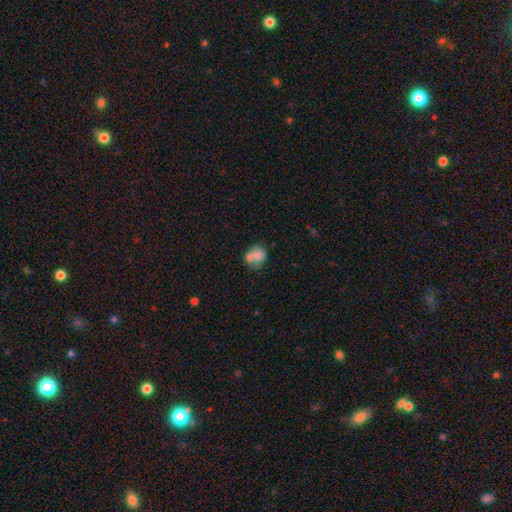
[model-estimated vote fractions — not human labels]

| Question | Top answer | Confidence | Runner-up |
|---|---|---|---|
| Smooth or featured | smooth | 73% | featured or disk (18%) |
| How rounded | round | 61% | in between (38%) |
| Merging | merger | 40% | none (34%) |